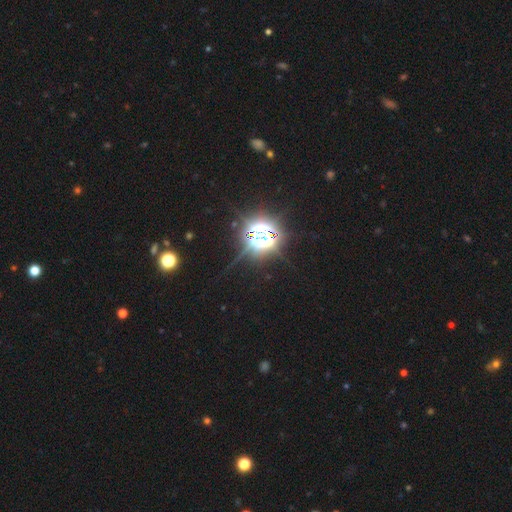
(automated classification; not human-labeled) A star or artifact, not a galaxy (85%).

Vote fractions:
- Smooth or featured? star or artifact: 85% / smooth: 9% / featured or disk: 6%